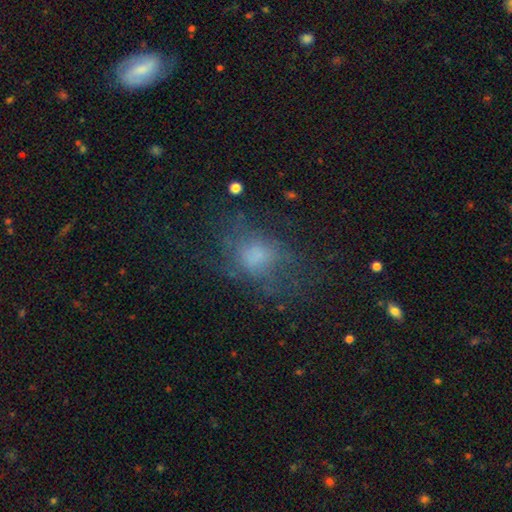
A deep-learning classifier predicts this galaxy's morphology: smooth-or-featured: smooth: 53% | featured or disk: 30% | star or artifact: 17%
  how-rounded: in between: 59% | round: 39% | cigar-shaped: 2%
  merging: none: 51% | major disturbance: 26% | minor disturbance: 21% | merger: 2%